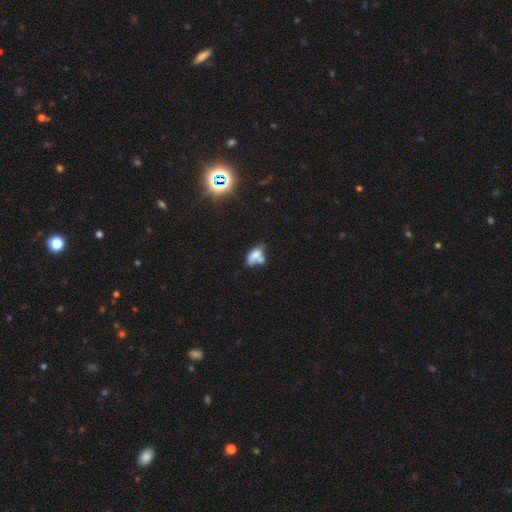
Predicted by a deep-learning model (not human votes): Q: Smooth or featured?
A: smooth (60%); runner-up: featured or disk (26%)
Q: How rounded?
A: in between (83%); runner-up: round (10%)
Q: Merging?
A: merger (51%); runner-up: none (24%)